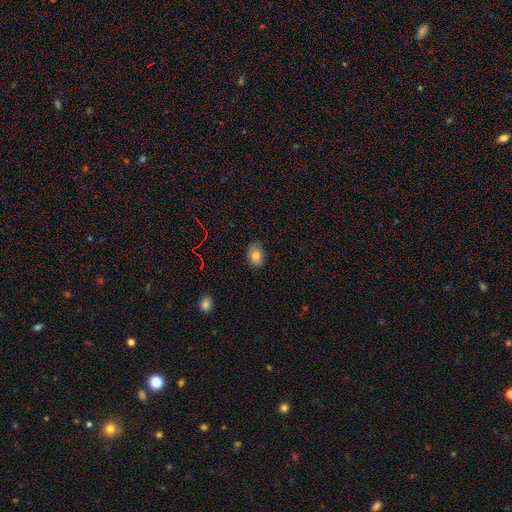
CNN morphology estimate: This appears to be a smooth galaxy with no disk features (79%) that is in between round and cigar-shaped (75%). Merging: none (83%).